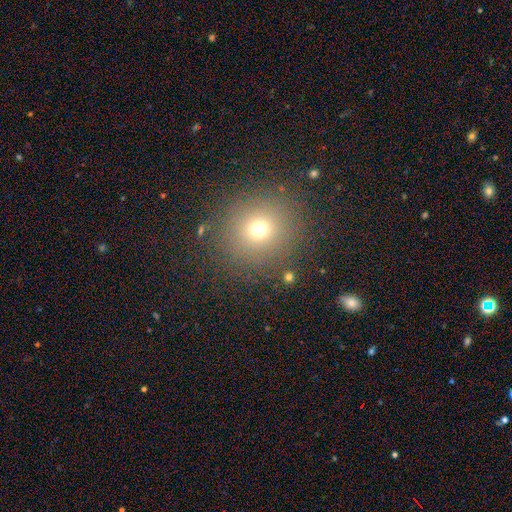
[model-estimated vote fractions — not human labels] smooth_or_featured: smooth (p=0.63) [alt: star or artifact p=0.29]
how_rounded: round (p=0.89) [alt: in between p=0.10]
merging: none (p=0.90) [alt: minor disturbance p=0.06]